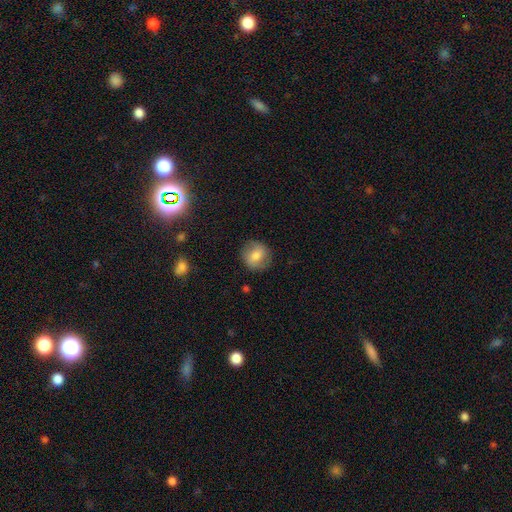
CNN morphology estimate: Smooth or featured: smooth — 70% (featured or disk — 21%)
How rounded: round — 85% (in between — 14%)
Merging: none — 84% (minor disturbance — 11%)